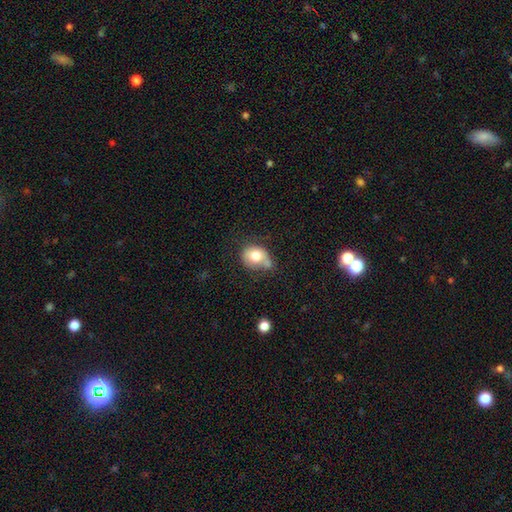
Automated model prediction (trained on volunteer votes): smooth 74%, featured or disk 17%, star or artifact 9%. Down the decision tree: how rounded — round (55%); merging — none (36%).